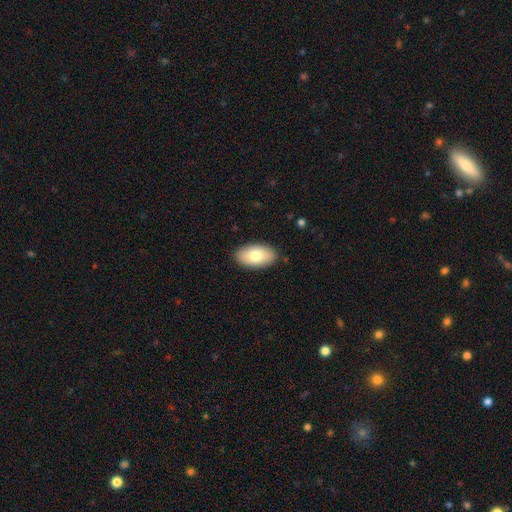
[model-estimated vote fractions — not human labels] This is likely a smooth galaxy (78%). How rounded: clearly in between (95%). Merging: clearly none (88%).